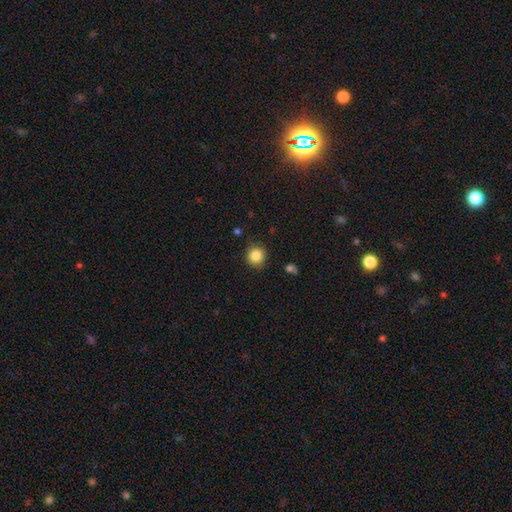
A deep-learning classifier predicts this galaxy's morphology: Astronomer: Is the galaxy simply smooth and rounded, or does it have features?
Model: smooth — 85%.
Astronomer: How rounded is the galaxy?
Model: round — 91%.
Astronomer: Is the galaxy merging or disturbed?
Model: none — 87%.